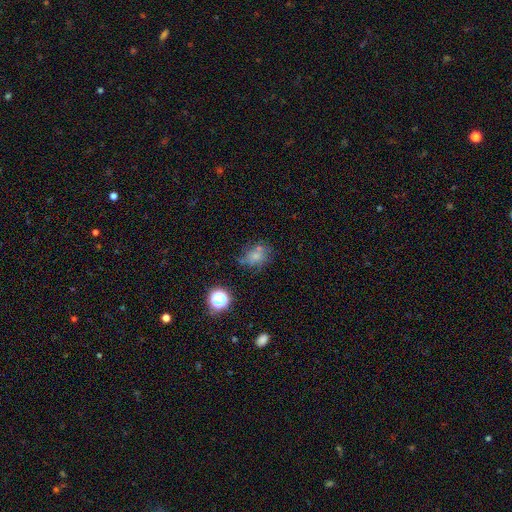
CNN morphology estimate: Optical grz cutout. It shows a smooth galaxy with no disk features (65%) that is round (52%). Merging: none (52%).